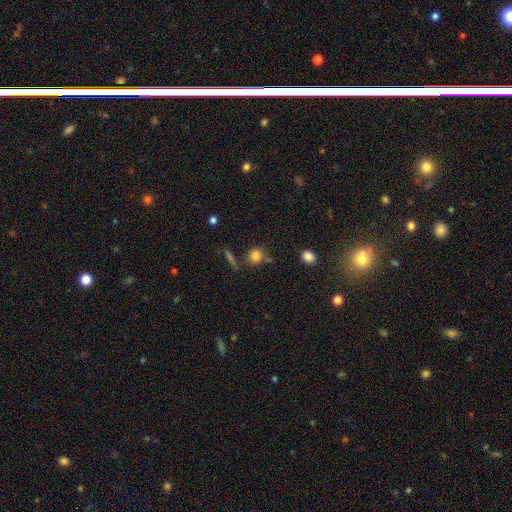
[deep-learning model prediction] Smooth or featured? Predicted: smooth (p=0.80). How rounded? Predicted: round (p=0.77). Merging? Predicted: none (p=0.71).